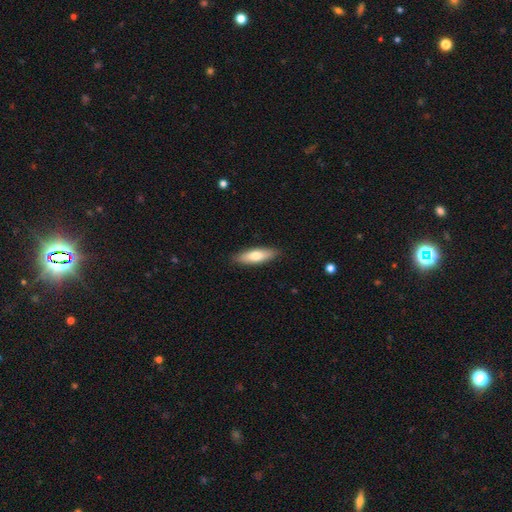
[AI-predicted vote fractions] smooth-or-featured: smooth: 71% | featured or disk: 23% | star or artifact: 6%
  how-rounded: cigar-shaped: 50% | in between: 48% | round: 2%
  merging: none: 89% | minor disturbance: 9% | major disturbance: 2% | merger: 1%